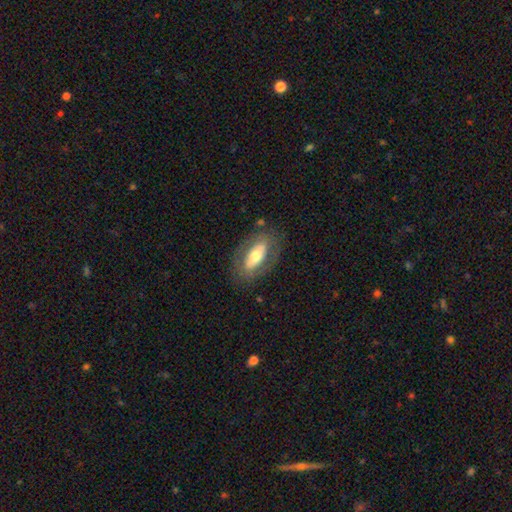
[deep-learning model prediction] The model was most divided on "smooth or featured" (2-way tie): smooth: 47%, featured or disk: 47%, star or artifact: 6%. More confident: merging — none (77%).